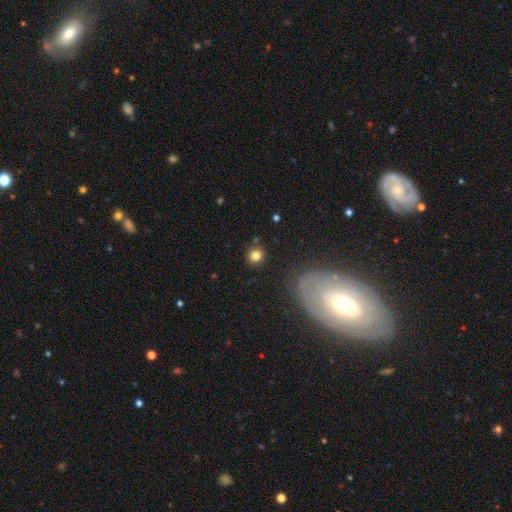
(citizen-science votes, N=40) Overall: smooth (85%). How rounded: round (100%). Merging: none (84%).